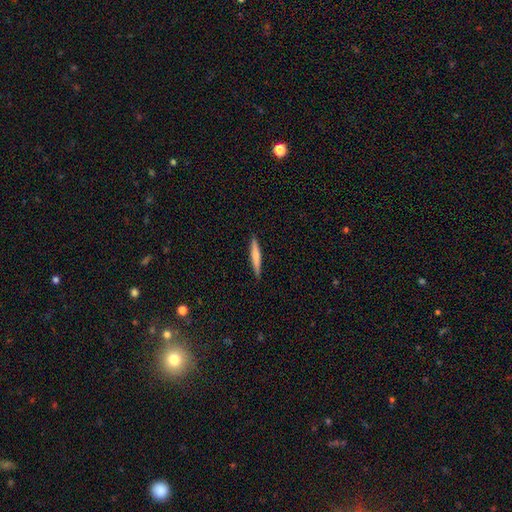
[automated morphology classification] A smooth galaxy with no disk features (66%) that is cigar-shaped (94%). Merging: none (90%).